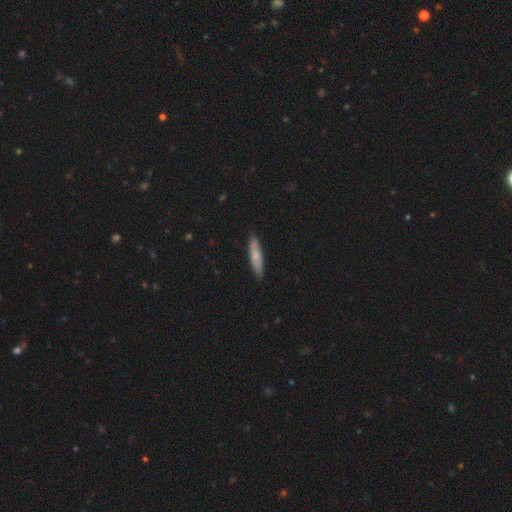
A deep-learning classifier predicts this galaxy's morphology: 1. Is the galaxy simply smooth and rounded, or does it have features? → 71% smooth, 23% featured or disk, 6% star or artifact.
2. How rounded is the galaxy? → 80% cigar-shaped, 18% in between, 2% round.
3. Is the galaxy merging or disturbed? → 86% none, 11% minor disturbance, 2% major disturbance, 1% merger.